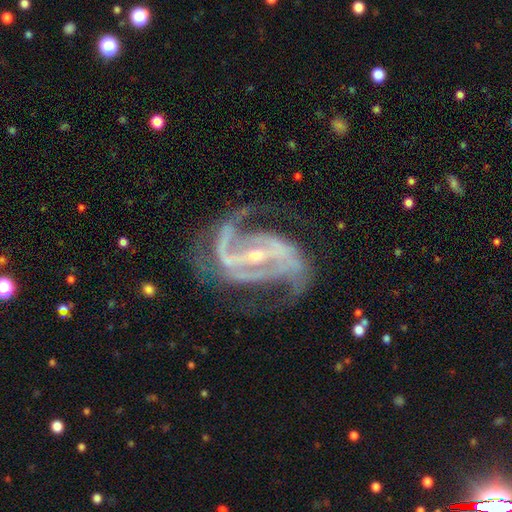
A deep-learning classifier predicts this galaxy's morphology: Smooth or featured?
  - featured or disk: 92% *
  - star or artifact: 5%
  - smooth: 2%
Edge-on disk?
  - no: 97% *
  - yes: 3%
Bar?
  - strong: 74% *
  - weak: 19%
  - no: 7%
Spiral arms?
  - yes: 98% *
  - no: 2%
Spiral winding?
  - medium: 56% *
  - tight: 23%
  - loose: 21%
Spiral arm count?
  - 2: 71% *
  - 3: 13%
  - can't tell: 6%
  - 4: 4%
  - 1: 4%
  - more than 4: 3%
Bulge size?
  - small: 73% *
  - moderate: 24%
  - none: 1%
  - large: 1%
  - dominant: 1%
Merging?
  - none: 60% *
  - minor disturbance: 19%
  - major disturbance: 19%
  - merger: 3%